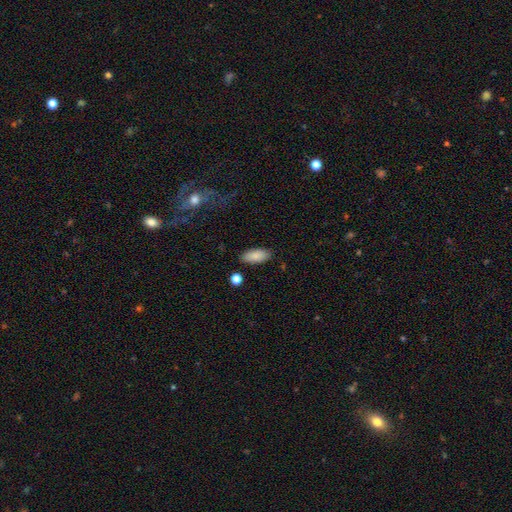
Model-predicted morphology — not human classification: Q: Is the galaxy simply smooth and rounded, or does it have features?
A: smooth — 87%.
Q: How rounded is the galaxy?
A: in between — 89%.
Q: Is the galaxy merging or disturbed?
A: none — 85%.